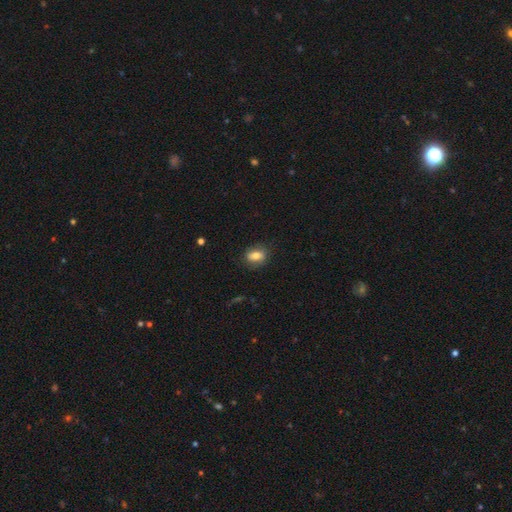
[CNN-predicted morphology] Smooth or featured? smooth (71%)
How rounded? in between (73%)
Merging? none (77%)